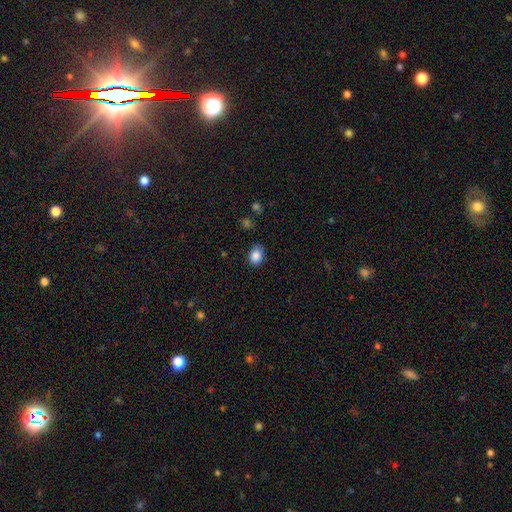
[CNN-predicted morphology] This appears to be a smooth galaxy with no disk features (86%) that is in between round and cigar-shaped (65%). Merging: none (78%).